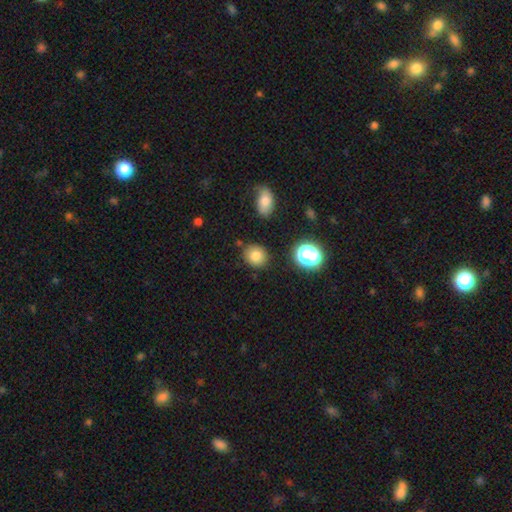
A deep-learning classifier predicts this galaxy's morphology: This is likely a smooth galaxy (79%). How rounded: likely round (76%). Merging: clearly none (83%).